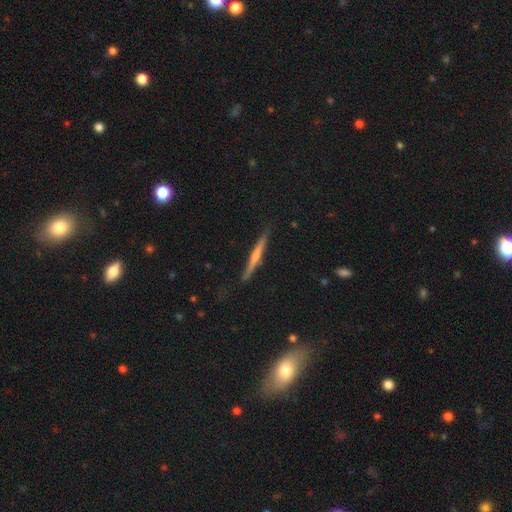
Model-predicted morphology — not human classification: Smooth or featured? Predicted: featured or disk (p=0.66). Edge-on disk? Predicted: yes (p=0.98). Edge-on bulge? Predicted: rounded (p=0.56). Merging? Predicted: none (p=0.87).